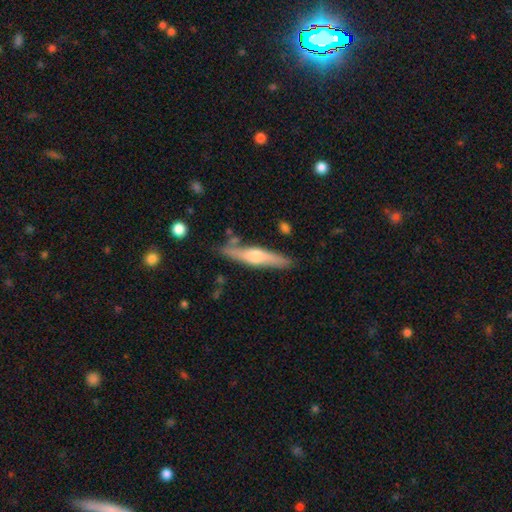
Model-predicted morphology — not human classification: A featured or disk galaxy (53%) viewed edge-on (91%).

Vote fractions:
- Smooth or featured? featured or disk: 53% / smooth: 41% / star or artifact: 5%
- Edge-on disk? yes: 91% / no: 9%
- Merging? none: 80% / minor disturbance: 13% / merger: 4% / major disturbance: 3%